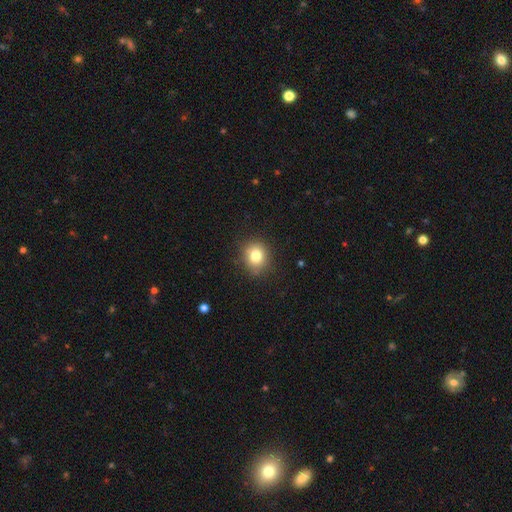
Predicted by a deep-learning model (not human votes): Smooth or featured? smooth (80%)
How rounded? round (77%)
Merging? none (83%)